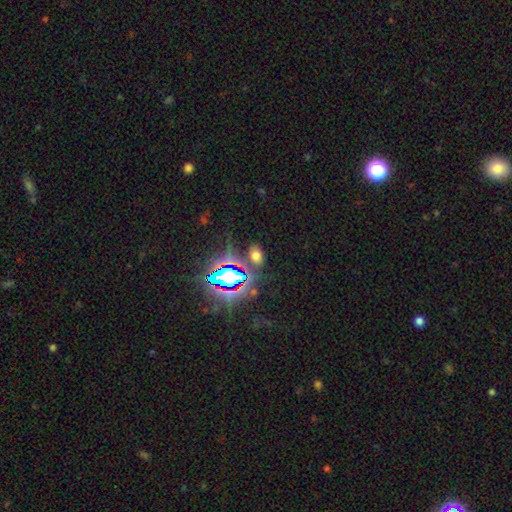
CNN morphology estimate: This appears to be a smooth galaxy with no disk features (53%) that is in between round and cigar-shaped (83%). Merging: none (77%).